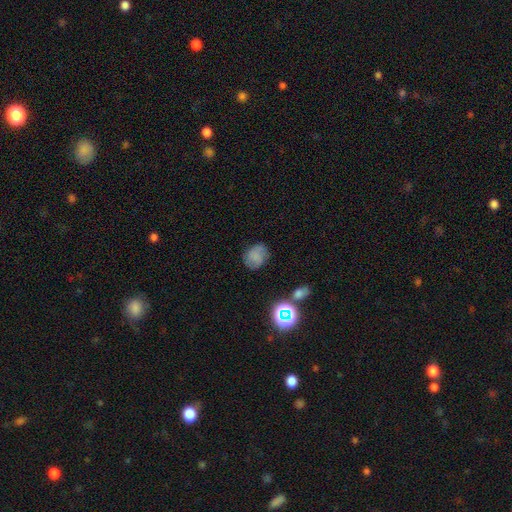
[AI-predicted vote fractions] Overall: smooth (67%). How rounded: round (57%; in between 41%). Merging: none (71%).